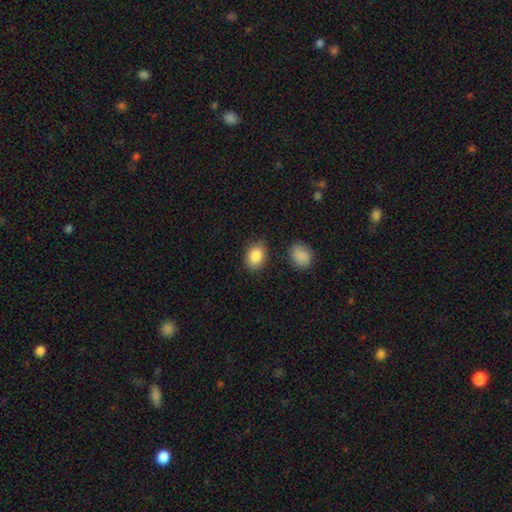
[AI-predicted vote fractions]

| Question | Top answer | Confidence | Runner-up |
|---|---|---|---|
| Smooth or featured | smooth | 87% | star or artifact (8%) |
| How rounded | in between | 73% | round (26%) |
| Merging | none | 78% | minor disturbance (15%) |